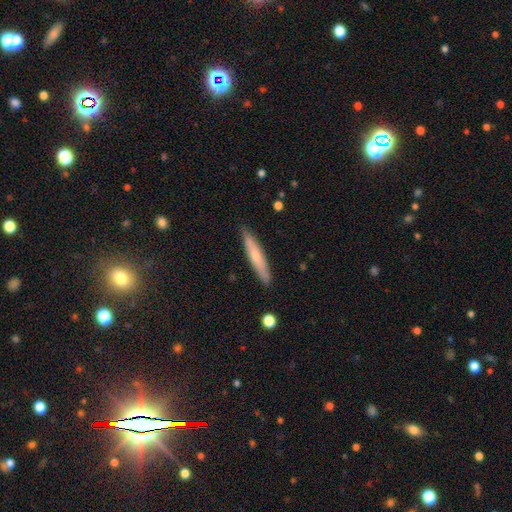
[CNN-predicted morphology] This appears to be a smooth galaxy with no disk features (59%) that is cigar-shaped (91%). Merging: none (89%).